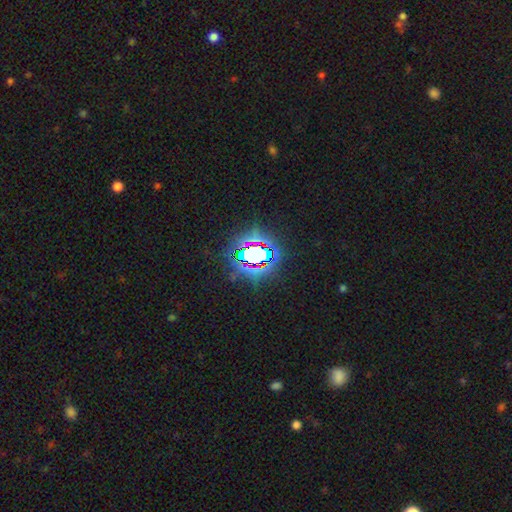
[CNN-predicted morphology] type=star or artifact (73%).